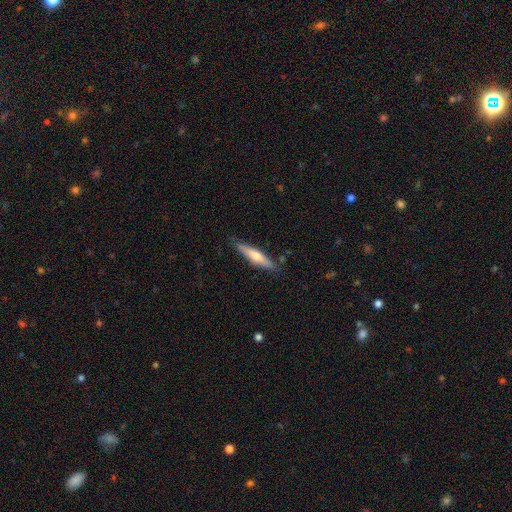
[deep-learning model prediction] A smooth galaxy with no disk features (49%).

Vote fractions:
- Smooth or featured? smooth: 49% / featured or disk: 46% / star or artifact: 5%
- Merging? none: 85% / minor disturbance: 12% / major disturbance: 2% / merger: 2%